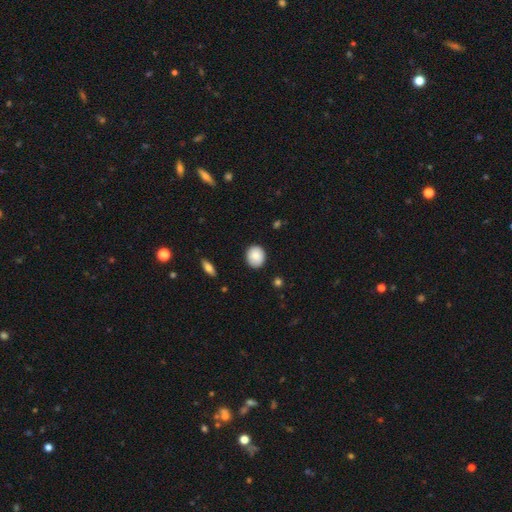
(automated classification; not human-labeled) Overall: smooth (85%). How rounded: round (71%). Merging: none (87%).